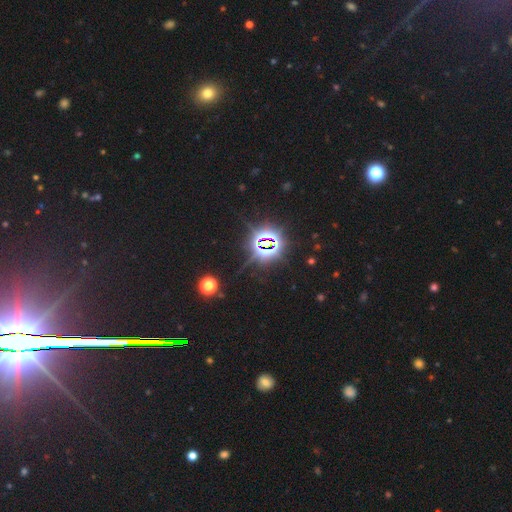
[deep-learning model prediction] The model was most divided on "smooth or featured": star or artifact: 80%, smooth: 12%, featured or disk: 8%.